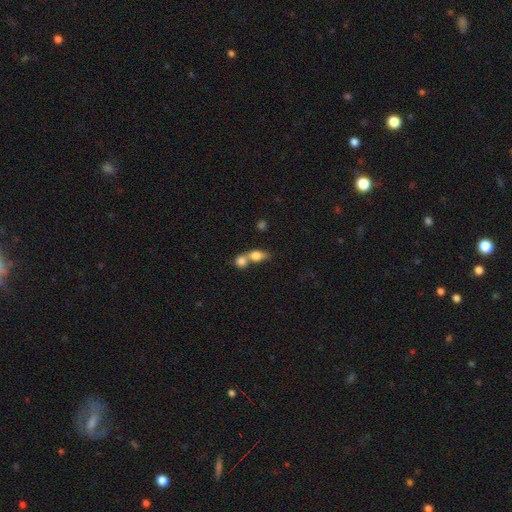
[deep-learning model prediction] Smooth or featured? smooth (79%)
How rounded? in between (59%)
Merging? merger (69%)